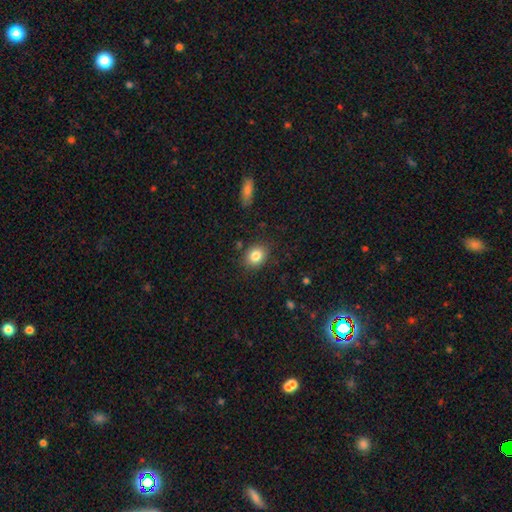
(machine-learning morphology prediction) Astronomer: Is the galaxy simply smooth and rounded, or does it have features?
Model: smooth — 83%.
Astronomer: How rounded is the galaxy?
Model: round — 50% (runner-up: in between, 49%).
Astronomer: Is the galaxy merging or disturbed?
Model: none — 85%.